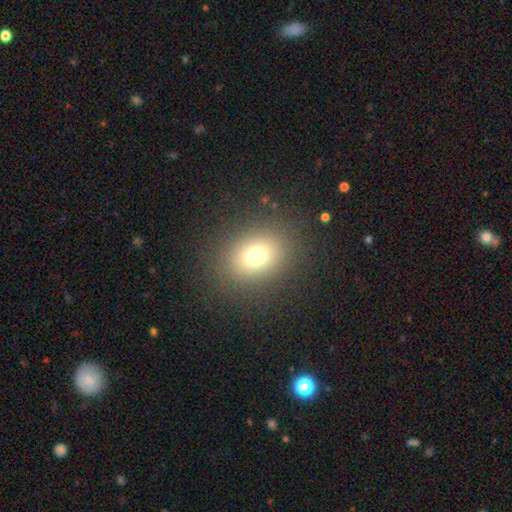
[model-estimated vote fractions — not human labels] Q: Smooth or featured?
A: smooth (74%); runner-up: star or artifact (15%)
Q: How rounded?
A: in between (51%); runner-up: round (48%)
Q: Merging?
A: none (86%); runner-up: minor disturbance (8%)